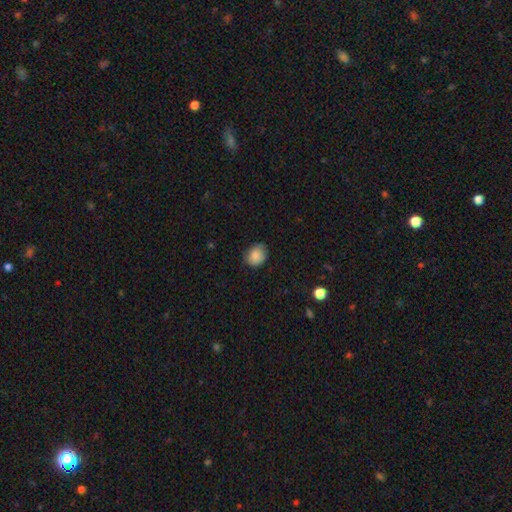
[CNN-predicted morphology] Overall: smooth (86%). How rounded: round (53%; in between 46%). Merging: none (72%).